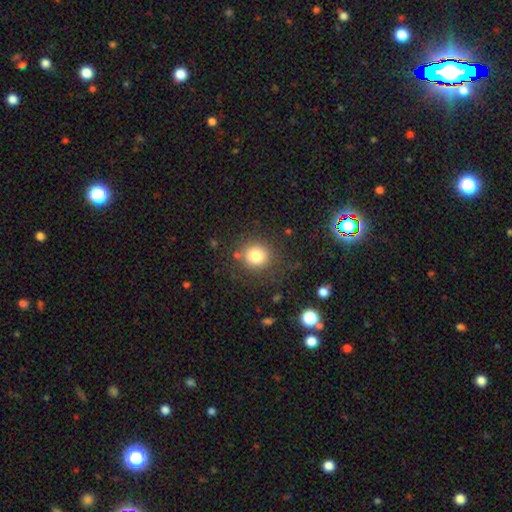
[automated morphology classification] Smooth or featured?
  - smooth: 80% *
  - star or artifact: 13%
  - featured or disk: 7%
How rounded?
  - round: 90% *
  - in between: 9%
  - cigar-shaped: 1%
Merging?
  - none: 83% *
  - minor disturbance: 10%
  - major disturbance: 4%
  - merger: 3%